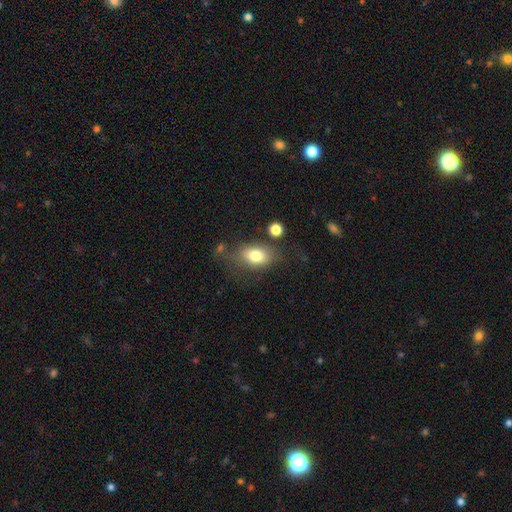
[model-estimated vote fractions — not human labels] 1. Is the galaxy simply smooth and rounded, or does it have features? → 78% smooth, 13% featured or disk, 9% star or artifact.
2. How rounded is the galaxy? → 82% in between, 15% round, 2% cigar-shaped.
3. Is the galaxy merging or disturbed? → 64% none, 21% minor disturbance, 9% major disturbance, 6% merger.